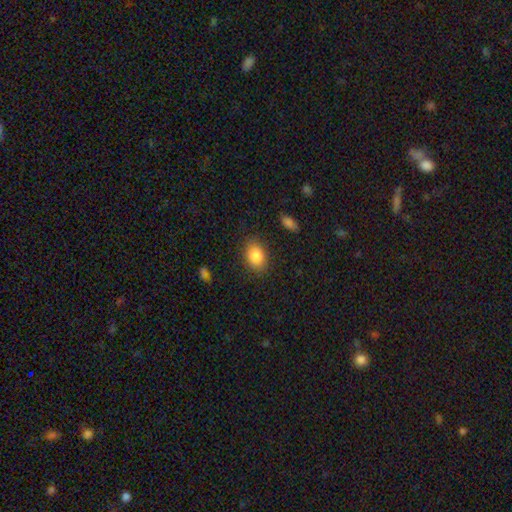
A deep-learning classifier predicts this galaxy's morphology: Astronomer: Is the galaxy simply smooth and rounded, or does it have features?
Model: smooth — 86%.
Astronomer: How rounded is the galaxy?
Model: in between — 78%.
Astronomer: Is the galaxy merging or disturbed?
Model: none — 84%.